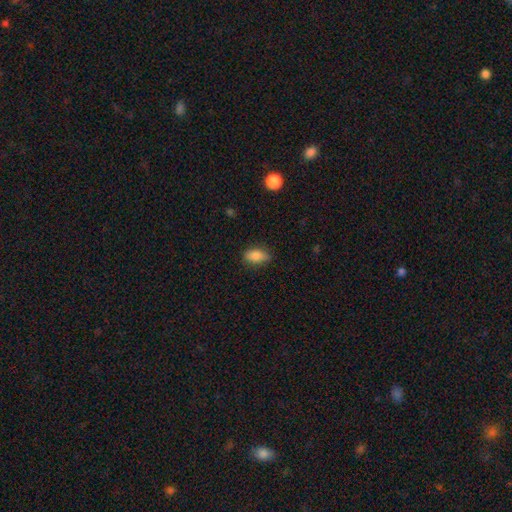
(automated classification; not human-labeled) smooth-or-featured: smooth: 83% | featured or disk: 9% | star or artifact: 8%
  how-rounded: in between: 87% | cigar-shaped: 8% | round: 6%
  merging: none: 80% | minor disturbance: 16% | major disturbance: 3% | merger: 1%